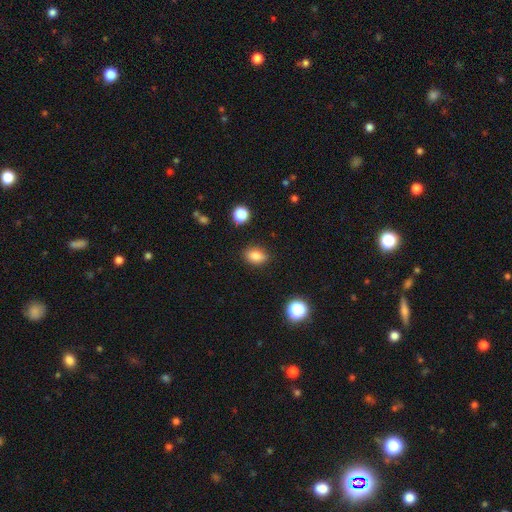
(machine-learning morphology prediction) This appears to be a smooth galaxy with no disk features (82%) that is in between round and cigar-shaped (74%). Merging: none (85%).